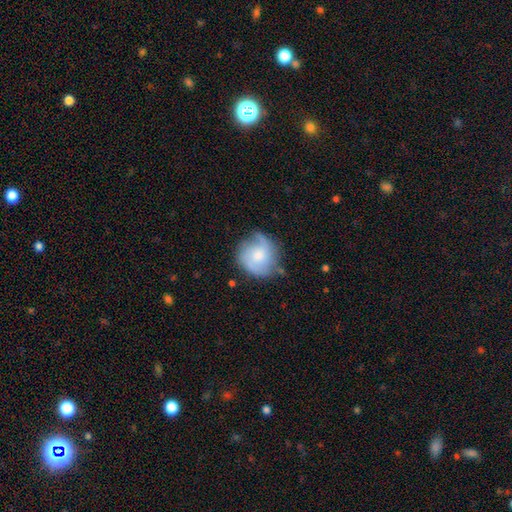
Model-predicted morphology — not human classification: Smooth or featured? featured or disk (55%)
Edge-on disk? no (97%)
Bar? no (69%)
Spiral arms? yes (88%)
Bulge size? moderate (50%)
Merging? none (65%)